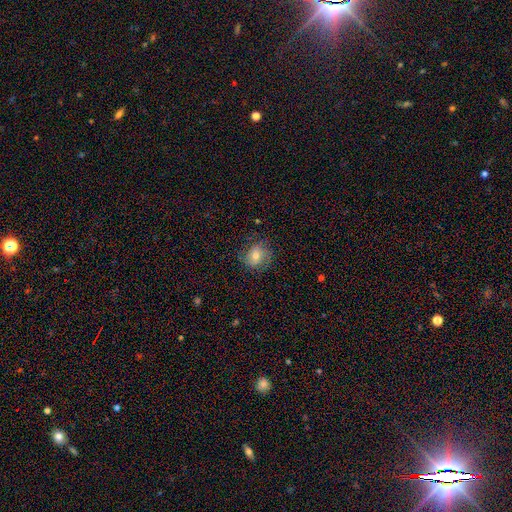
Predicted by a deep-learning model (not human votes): smooth 61%, featured or disk 29%, star or artifact 10%. Down the decision tree: how rounded — round (71%); merging — none (72%).